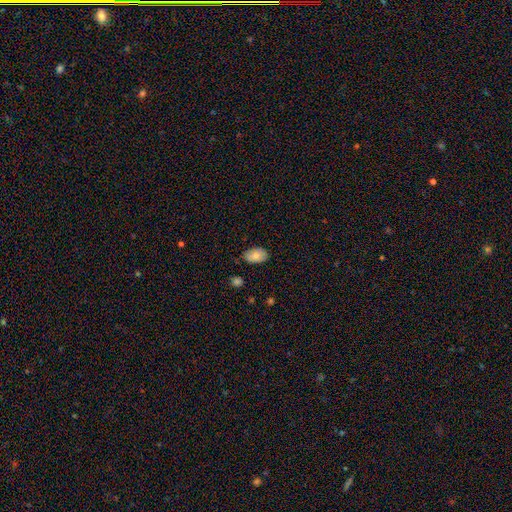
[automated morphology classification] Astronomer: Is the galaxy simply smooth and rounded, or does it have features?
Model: smooth — 83%.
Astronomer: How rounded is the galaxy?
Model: in between — 92%.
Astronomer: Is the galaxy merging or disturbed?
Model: none — 78%.